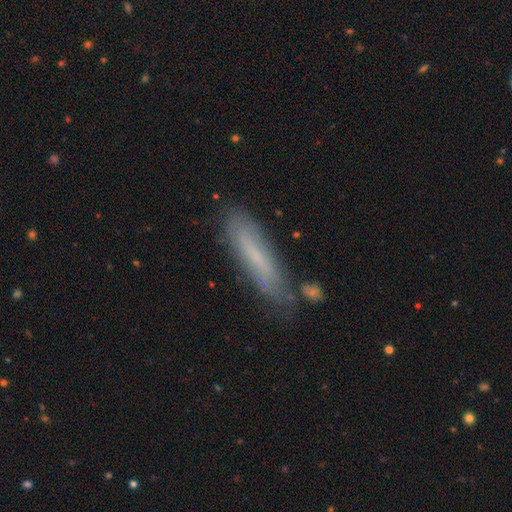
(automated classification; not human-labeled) A smooth galaxy with no disk features (55%) that is cigar-shaped (78%).

Vote fractions:
- Smooth or featured? smooth: 55% / featured or disk: 37% / star or artifact: 8%
- How rounded? cigar-shaped: 78% / in between: 21% / round: 1%
- Merging? none: 70% / minor disturbance: 20% / major disturbance: 5% / merger: 5%